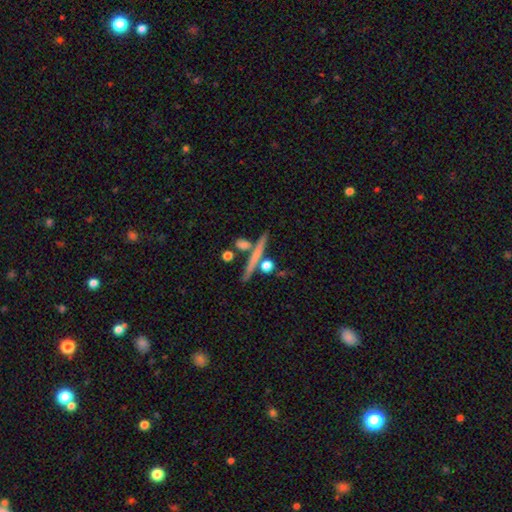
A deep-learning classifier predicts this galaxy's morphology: A featured or disk galaxy (46%).

Vote fractions:
- Smooth or featured? featured or disk: 46% / smooth: 45% / star or artifact: 9%
- Merging? none: 73% / merger: 15% / minor disturbance: 9% / major disturbance: 4%